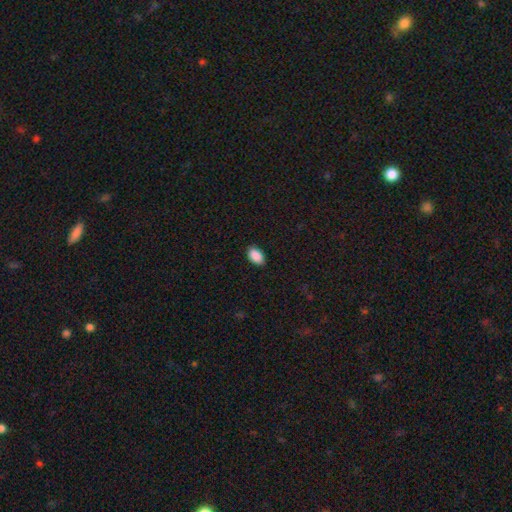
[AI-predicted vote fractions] The model was most divided on "merging": none: 88%, minor disturbance: 10%, major disturbance: 2%, merger: 1%. More confident: how rounded — in between (92%); smooth or featured — smooth (90%).